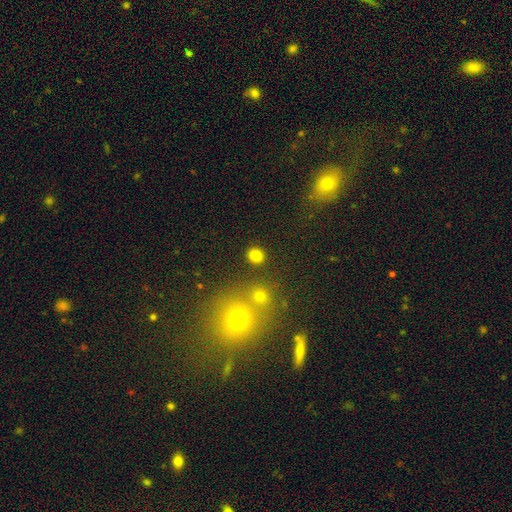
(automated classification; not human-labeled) Smooth or featured?
  - smooth: 82% *
  - star or artifact: 13%
  - featured or disk: 5%
How rounded?
  - round: 85% *
  - in between: 14%
  - cigar-shaped: 1%
Merging?
  - none: 88% *
  - minor disturbance: 6%
  - merger: 4%
  - major disturbance: 2%